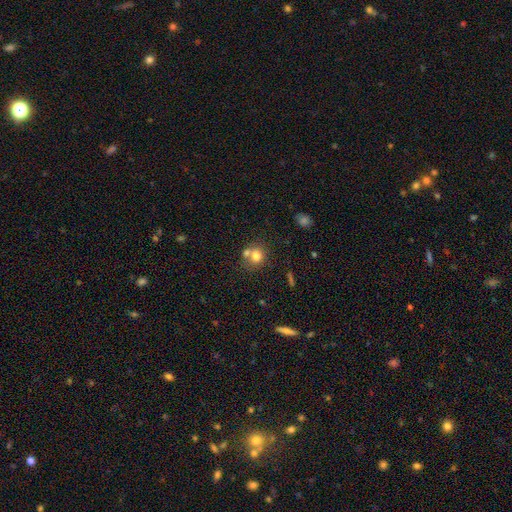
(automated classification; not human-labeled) Smooth or featured?
  - smooth: 75% *
  - featured or disk: 13%
  - star or artifact: 12%
How rounded?
  - round: 78% *
  - in between: 21%
  - cigar-shaped: 1%
Merging?
  - none: 48% *
  - merger: 39%
  - minor disturbance: 10%
  - major disturbance: 4%